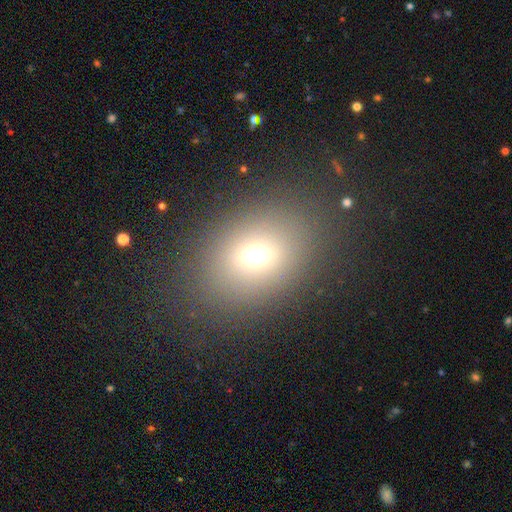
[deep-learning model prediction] This appears to be a smooth galaxy with no disk features (66%) that is in between round and cigar-shaped (64%). Merging: none (84%).